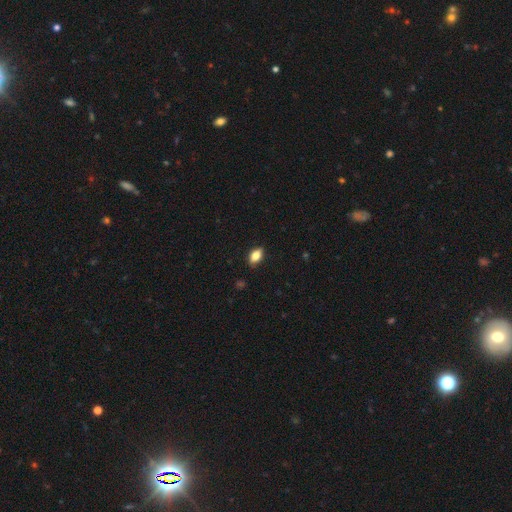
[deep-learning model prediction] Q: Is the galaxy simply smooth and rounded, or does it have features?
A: smooth — 81%.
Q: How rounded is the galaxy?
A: in between — 88%.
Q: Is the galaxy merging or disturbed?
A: none — 85%.